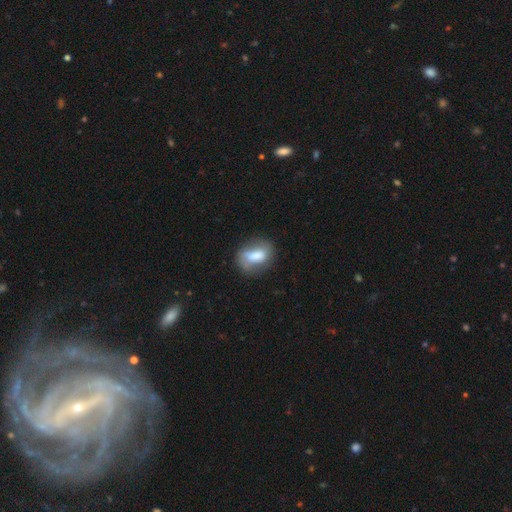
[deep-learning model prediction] Overall: smooth (69%). How rounded: in between (73%). Merging: none (63%; minor disturbance 24%).